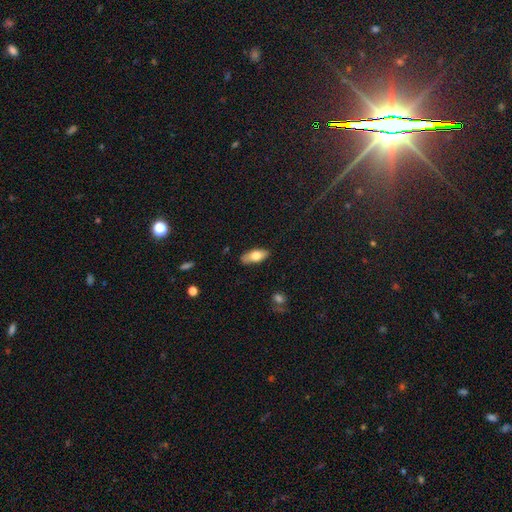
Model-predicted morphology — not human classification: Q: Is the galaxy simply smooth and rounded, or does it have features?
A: smooth — 72%.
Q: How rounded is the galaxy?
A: in between — 82%.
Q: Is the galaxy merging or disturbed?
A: none — 83%.